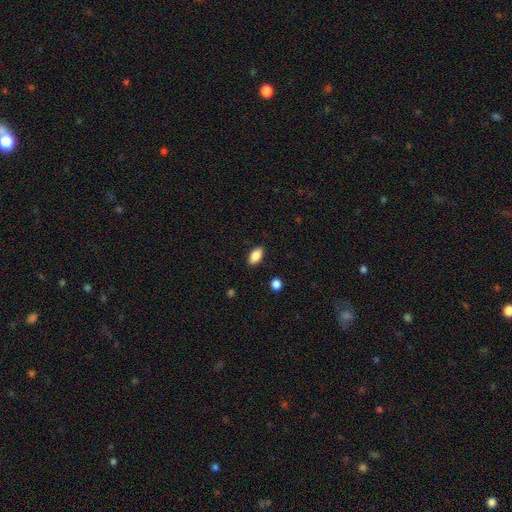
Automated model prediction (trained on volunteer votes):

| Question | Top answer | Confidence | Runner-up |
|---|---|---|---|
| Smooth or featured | smooth | 86% | star or artifact (8%) |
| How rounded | in between | 92% | round (5%) |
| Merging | none | 87% | minor disturbance (10%) |